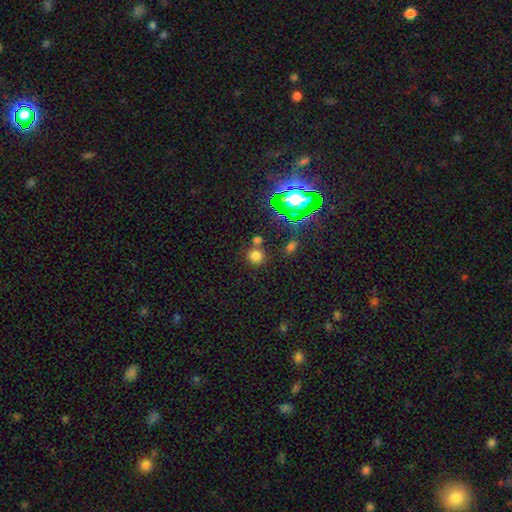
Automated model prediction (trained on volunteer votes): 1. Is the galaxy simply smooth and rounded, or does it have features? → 69% smooth, 24% star or artifact, 7% featured or disk.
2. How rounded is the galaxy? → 89% round, 9% in between, 1% cigar-shaped.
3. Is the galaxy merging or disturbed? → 72% none, 16% merger, 9% minor disturbance, 4% major disturbance.